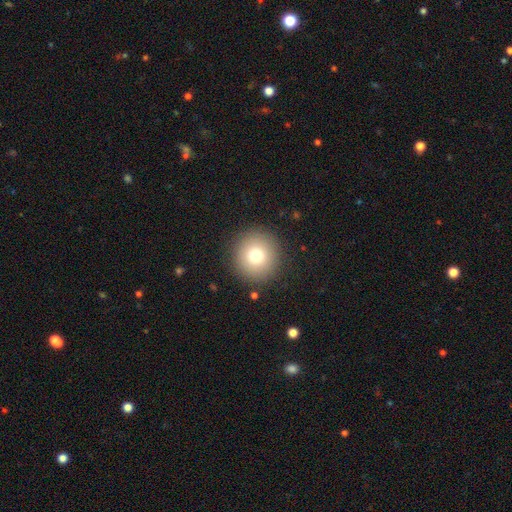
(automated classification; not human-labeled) Smooth or featured? smooth (76%)
How rounded? round (94%)
Merging? none (90%)